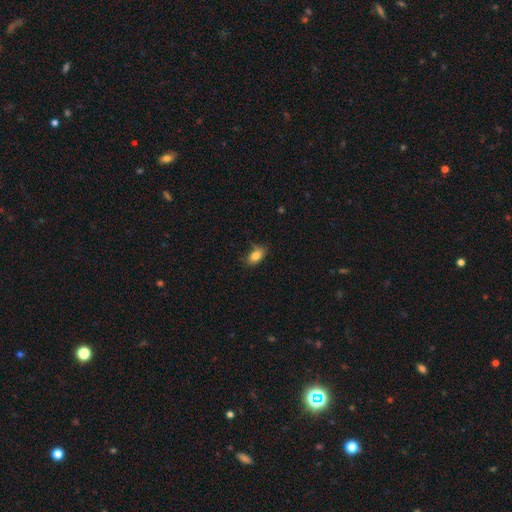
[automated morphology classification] Smooth or featured? smooth (83%)
How rounded? in between (88%)
Merging? none (71%)